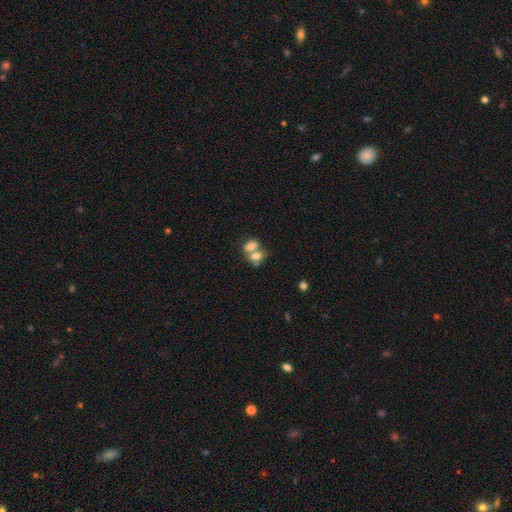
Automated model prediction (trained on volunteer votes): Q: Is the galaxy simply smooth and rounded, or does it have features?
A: smooth — 72%.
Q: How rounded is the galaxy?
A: in between — 76%.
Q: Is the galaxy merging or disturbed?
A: merger — 67%.